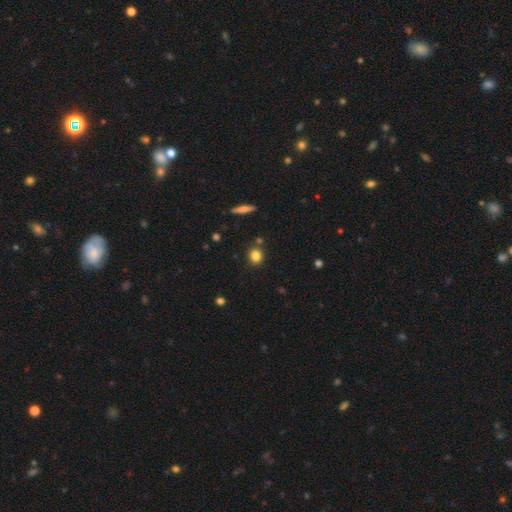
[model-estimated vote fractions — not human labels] This appears to be a smooth galaxy with no disk features (82%) that is round (71%). Merging: none (82%).